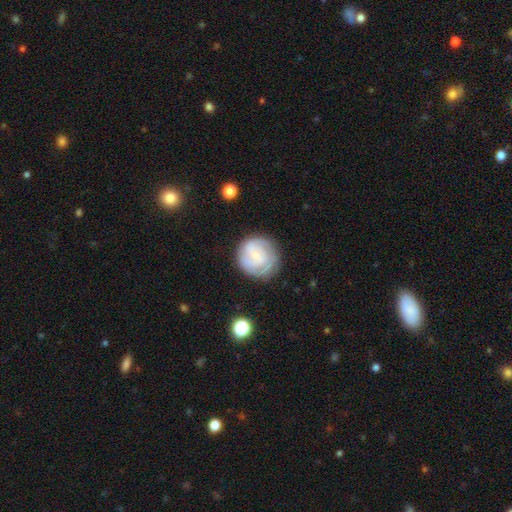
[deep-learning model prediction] featured or disk 60%, smooth 33%, star or artifact 7%. Down the decision tree: edge-on disk — no (98%); bar — no (61%); spiral arms — yes (87%); spiral arm count — can't tell (39%); spiral winding — tight (63%); bulge size — small (65%); merging — none (76%).